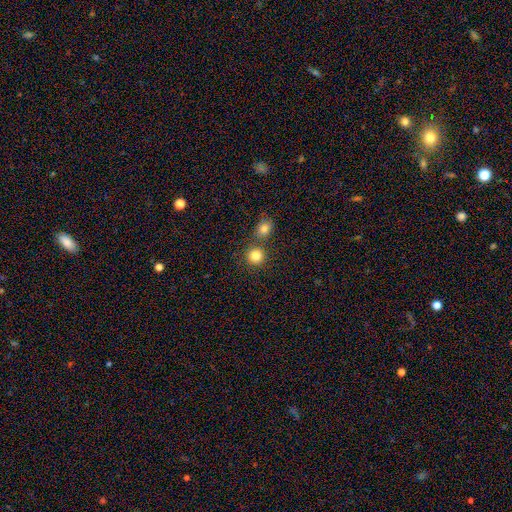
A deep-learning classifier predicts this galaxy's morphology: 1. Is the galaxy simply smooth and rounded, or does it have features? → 83% smooth, 12% star or artifact, 5% featured or disk.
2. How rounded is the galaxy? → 91% round, 8% in between, 1% cigar-shaped.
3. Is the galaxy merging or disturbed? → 71% none, 20% merger, 6% minor disturbance, 2% major disturbance.